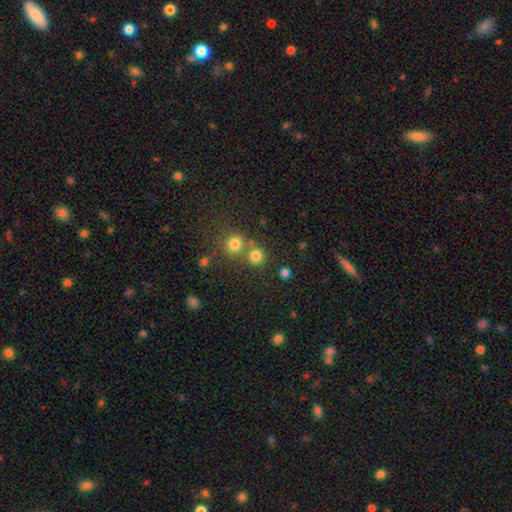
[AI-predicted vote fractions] Q: Smooth or featured?
A: smooth (79%); runner-up: star or artifact (15%)
Q: How rounded?
A: round (91%); runner-up: in between (8%)
Q: Merging?
A: none (66%); runner-up: merger (24%)